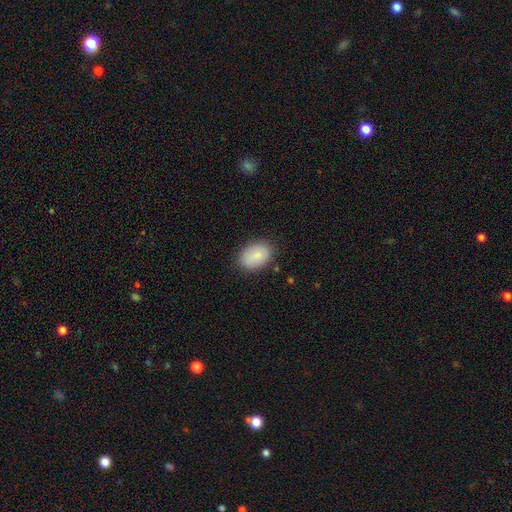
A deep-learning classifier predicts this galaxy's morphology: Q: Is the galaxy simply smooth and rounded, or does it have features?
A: smooth — 87%.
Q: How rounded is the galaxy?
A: in between — 85%.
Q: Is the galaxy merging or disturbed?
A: none — 84%.